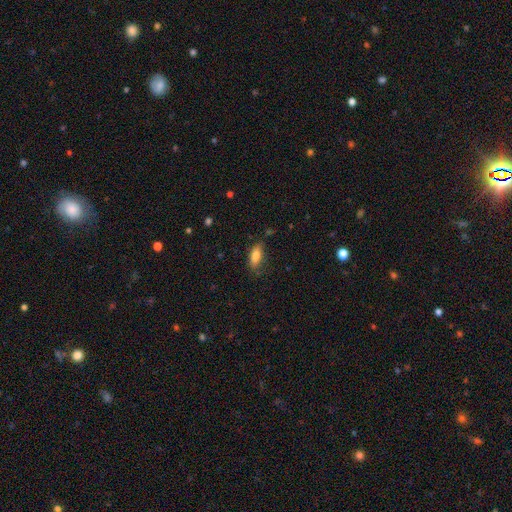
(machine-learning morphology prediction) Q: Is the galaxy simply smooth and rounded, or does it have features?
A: smooth — 81%.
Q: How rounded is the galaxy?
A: in between — 79%.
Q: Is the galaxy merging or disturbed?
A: none — 74%.